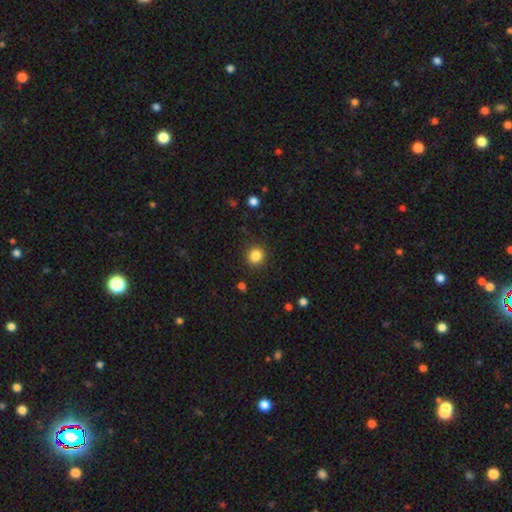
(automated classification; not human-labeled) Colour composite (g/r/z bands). It shows a smooth galaxy with no disk features (85%) that is round (89%). Merging: none (89%).